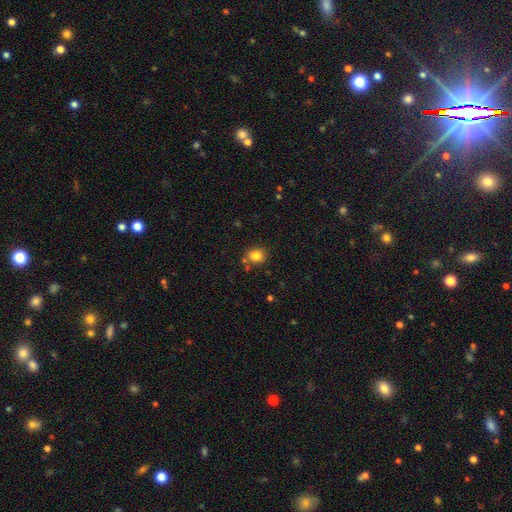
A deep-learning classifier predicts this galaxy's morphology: A smooth galaxy with no disk features (82%) that is round (68%).

Vote fractions:
- Smooth or featured? smooth: 82% / star or artifact: 11% / featured or disk: 7%
- How rounded? round: 68% / in between: 31% / cigar-shaped: 1%
- Merging? none: 74% / minor disturbance: 13% / merger: 9% / major disturbance: 4%